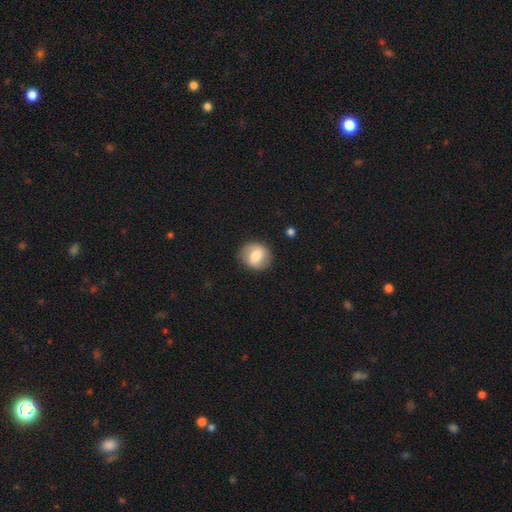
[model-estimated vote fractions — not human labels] Smooth or featured?
  - smooth: 66% *
  - featured or disk: 27%
  - star or artifact: 7%
How rounded?
  - round: 76% *
  - in between: 23%
  - cigar-shaped: 1%
Merging?
  - none: 86% *
  - minor disturbance: 10%
  - major disturbance: 3%
  - merger: 1%